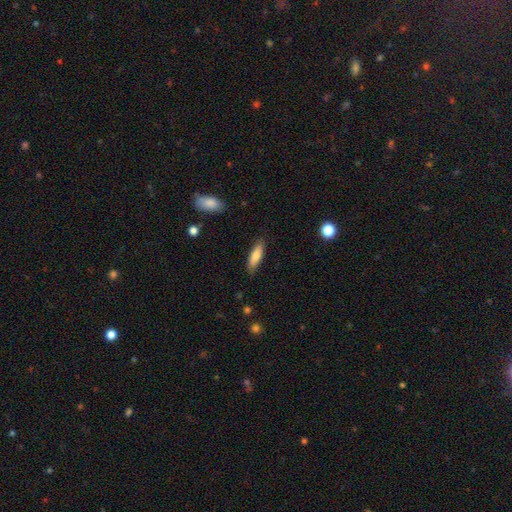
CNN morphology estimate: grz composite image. It shows a smooth galaxy with no disk features (80%) that is cigar-shaped (50%). Merging: none (84%).